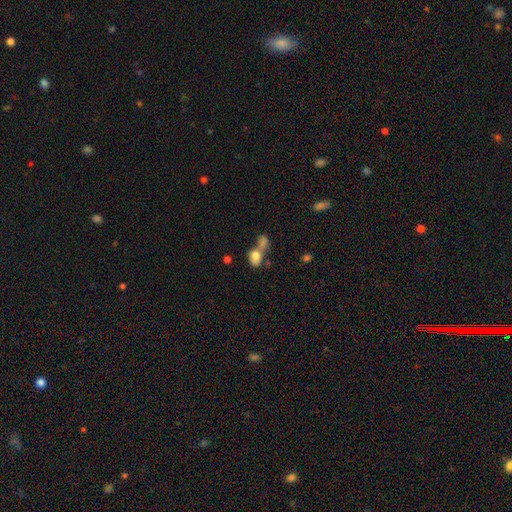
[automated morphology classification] smooth-or-featured: smooth: 77% | featured or disk: 13% | star or artifact: 9%
  how-rounded: in between: 70% | round: 28% | cigar-shaped: 2%
  merging: merger: 59% | none: 26% | minor disturbance: 9% | major disturbance: 6%